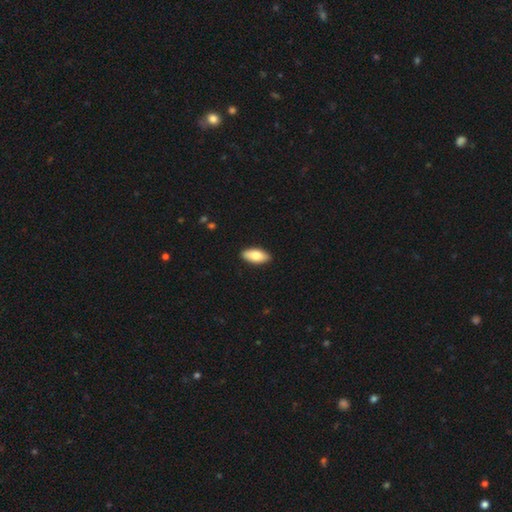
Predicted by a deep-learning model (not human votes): Morphology: type=smooth (80%); roundness=in between (88%); merging=none (90%).